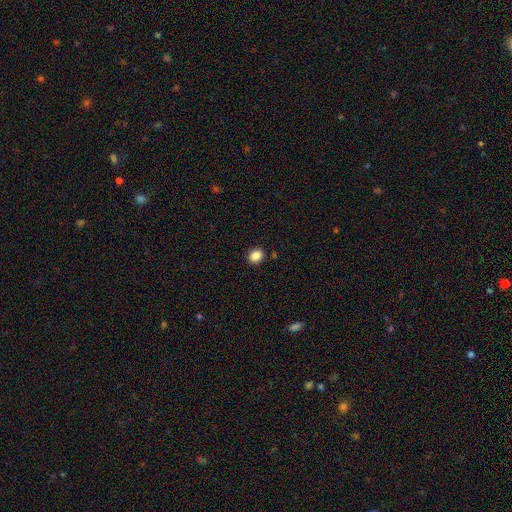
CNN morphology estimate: The model was most divided on "how rounded": round: 66%, in between: 33%, cigar-shaped: 1%. More confident: merging — none (90%); smooth or featured — smooth (86%).